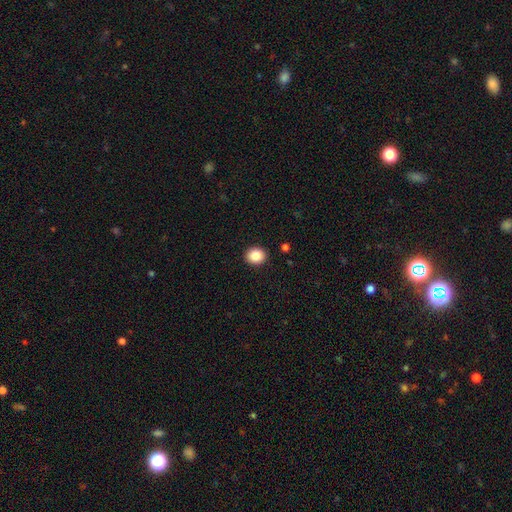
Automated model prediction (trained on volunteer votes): Smooth or featured: smooth — 87% (star or artifact — 9%)
How rounded: round — 70% (in between — 29%)
Merging: none — 92% (minor disturbance — 5%)